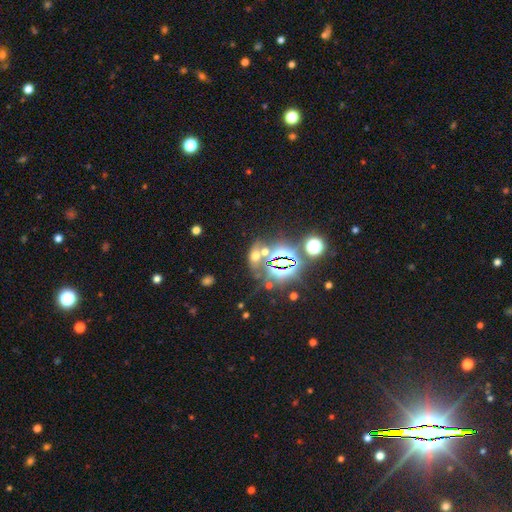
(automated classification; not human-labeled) Q: Smooth or featured?
A: star or artifact (46%); runner-up: smooth (41%)